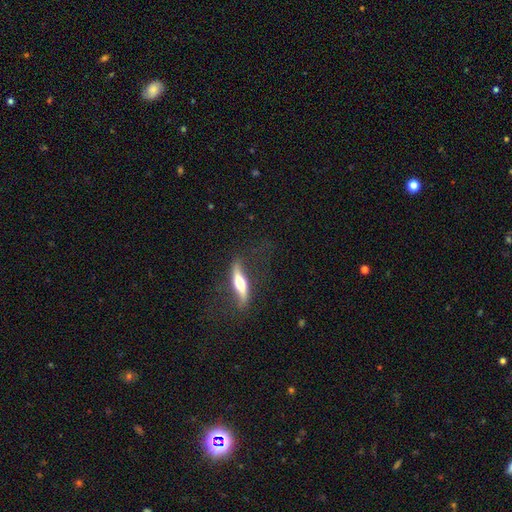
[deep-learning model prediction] Morphology: type=featured or disk (68%); edge-on=yes (72%); merging=none (63%).